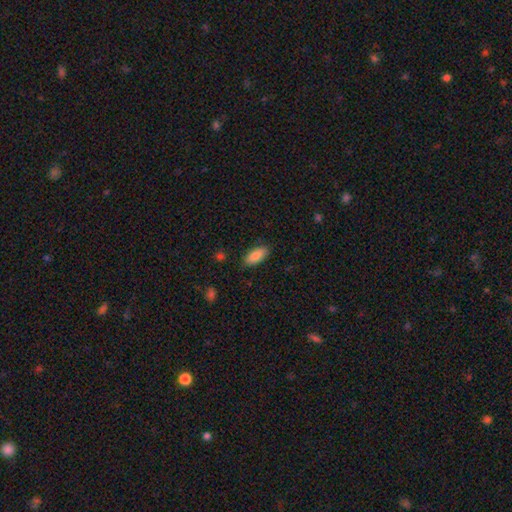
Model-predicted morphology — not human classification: smooth_or_featured: smooth (p=0.87) [alt: star or artifact p=0.07]
how_rounded: in between (p=0.86) [alt: cigar-shaped p=0.12]
merging: none (p=0.86) [alt: minor disturbance p=0.10]